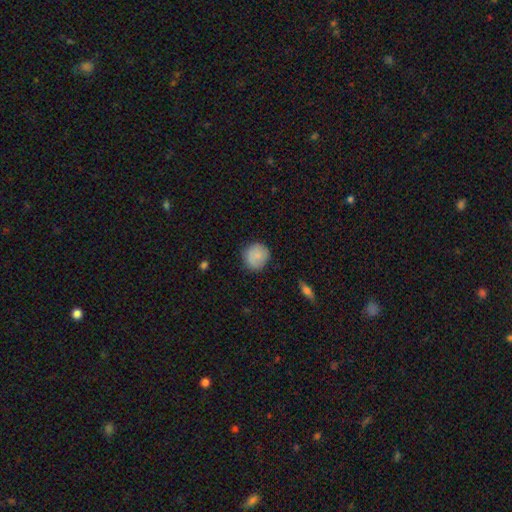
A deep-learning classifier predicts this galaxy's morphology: A smooth galaxy with no disk features (84%) that is round (89%). Merging: none (82%).